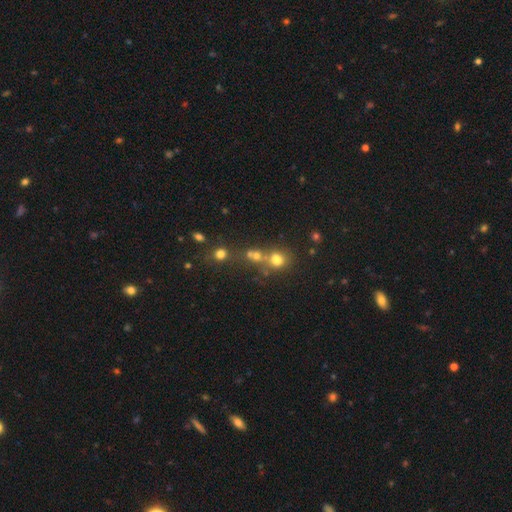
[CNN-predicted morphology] smooth 65%, star or artifact 21%, featured or disk 14%. Down the decision tree: how rounded — round (79%); merging — none (45%).